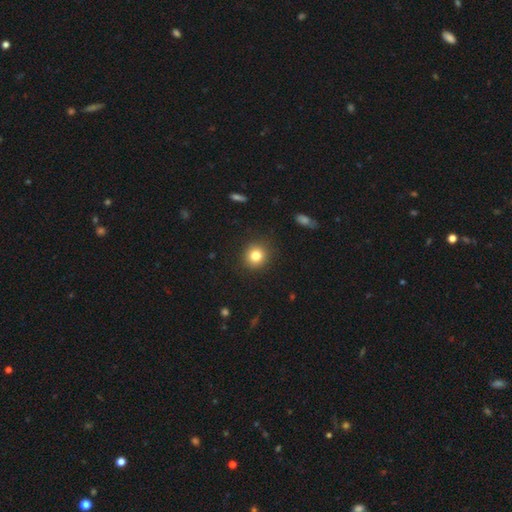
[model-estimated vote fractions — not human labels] Overall: smooth (81%). How rounded: round (90%). Merging: none (90%).